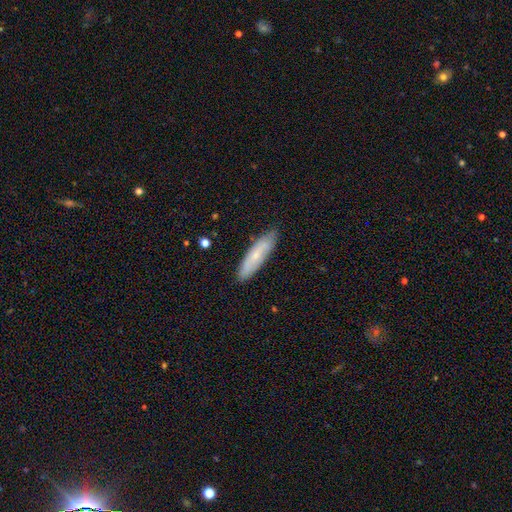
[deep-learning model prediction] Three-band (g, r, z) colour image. It shows a smooth galaxy with no disk features (64%) that is cigar-shaped (67%). Merging: none (84%).